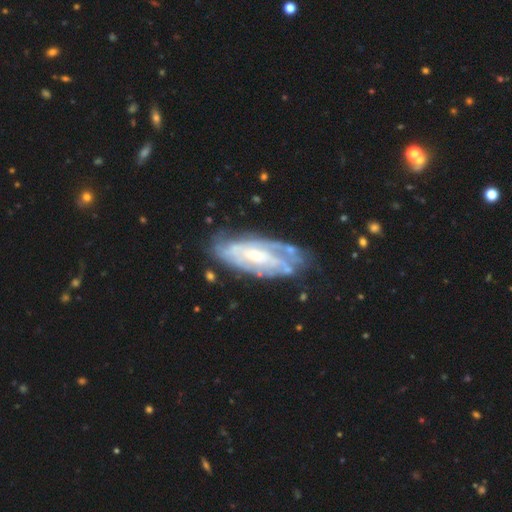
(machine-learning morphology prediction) smooth-or-featured: featured or disk: 81% | smooth: 14% | star or artifact: 6%
  disk-edge-on: no: 90% | yes: 10%
    bar: no: 60% | weak: 30% | strong: 11%
    has-spiral-arms: yes: 84% | no: 16%
      spiral-winding: tight: 63% | medium: 28% | loose: 9%
      spiral-arm-count: can't tell: 53% | 2: 22% | 3: 11% | 4: 6% | 1: 4% | more than 4: 4%
    bulge-size: small: 60% | moderate: 34% | none: 2% | large: 2% | dominant: 1%
  merging: none: 67% | minor disturbance: 22% | major disturbance: 9% | merger: 3%